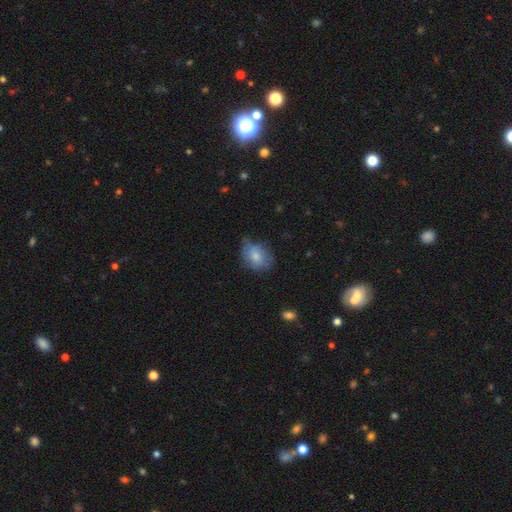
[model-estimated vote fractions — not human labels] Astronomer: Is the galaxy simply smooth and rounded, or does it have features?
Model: smooth — 73%.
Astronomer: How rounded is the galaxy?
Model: in between — 66%.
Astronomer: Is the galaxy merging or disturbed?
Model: none — 52% (runner-up: minor disturbance, 35%).